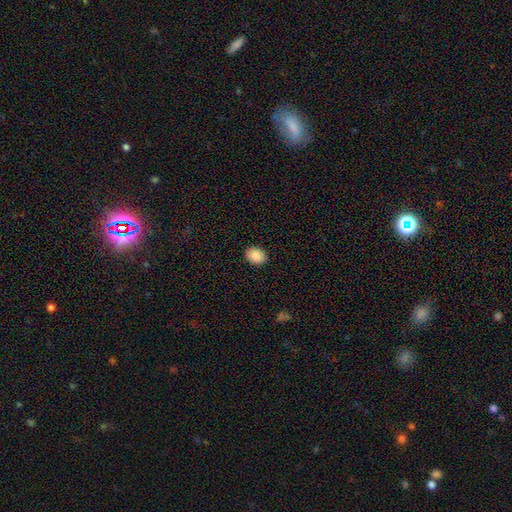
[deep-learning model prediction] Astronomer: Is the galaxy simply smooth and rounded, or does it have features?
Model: smooth — 89%.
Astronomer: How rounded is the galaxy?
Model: in between — 61% (runner-up: round, 38%).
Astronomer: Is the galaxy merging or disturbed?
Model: none — 90%.